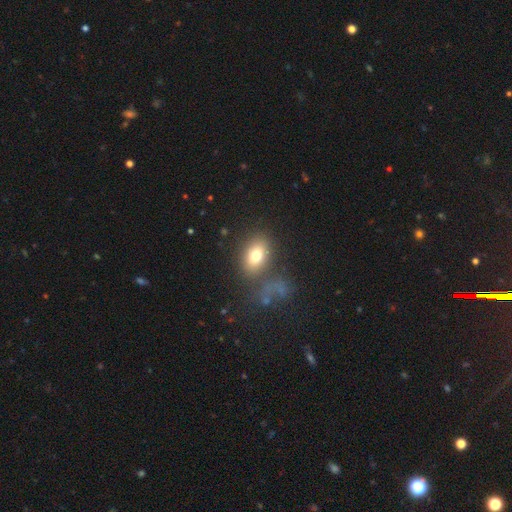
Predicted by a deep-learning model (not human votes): smooth 76%, featured or disk 14%, star or artifact 10%. Down the decision tree: how rounded — in between (78%); merging — none (71%).